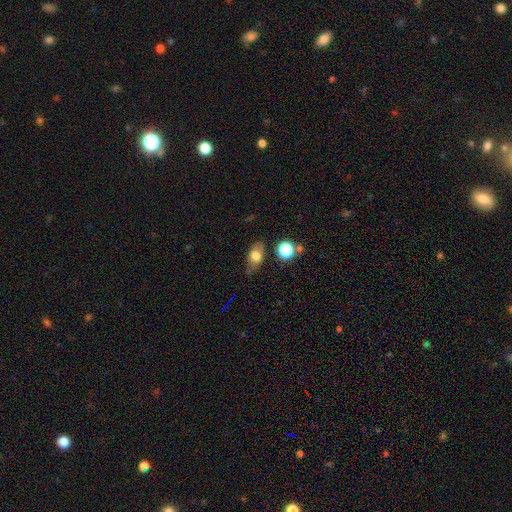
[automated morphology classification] The model was most divided on "smooth or featured": smooth: 70%, featured or disk: 20%, star or artifact: 11%. More confident: how rounded — in between (79%); merging — none (72%).